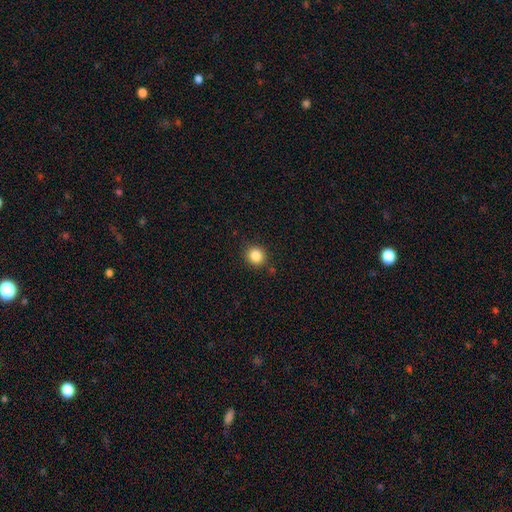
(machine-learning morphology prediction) A smooth galaxy with no disk features (85%) that is round (87%). Merging: none (88%).